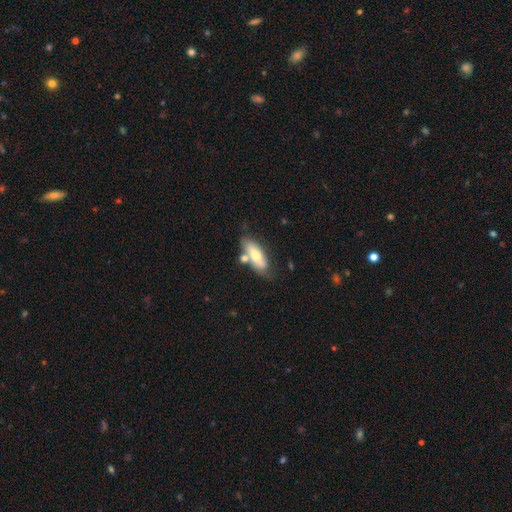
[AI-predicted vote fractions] Q: Smooth or featured?
A: smooth (58%); runner-up: featured or disk (36%)
Q: How rounded?
A: in between (67%); runner-up: cigar-shaped (30%)
Q: Merging?
A: none (57%); runner-up: merger (19%)